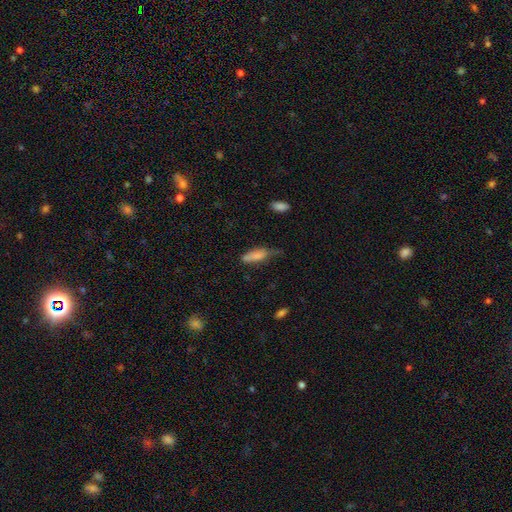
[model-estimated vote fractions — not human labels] A smooth galaxy with no disk features (79%) that is in between round and cigar-shaped (60%). Merging: minor disturbance (42%).